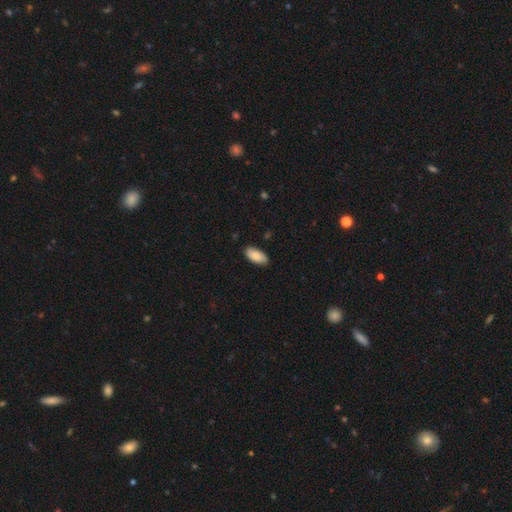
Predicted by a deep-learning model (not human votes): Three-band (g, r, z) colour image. It shows a smooth galaxy with no disk features (87%) that is in between round and cigar-shaped (93%). Merging: none (85%).